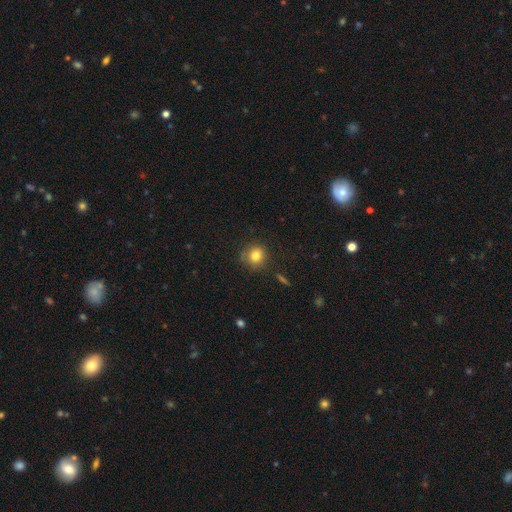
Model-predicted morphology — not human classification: smooth 81%, star or artifact 11%, featured or disk 8%. Down the decision tree: how rounded — round (87%); merging — none (79%).